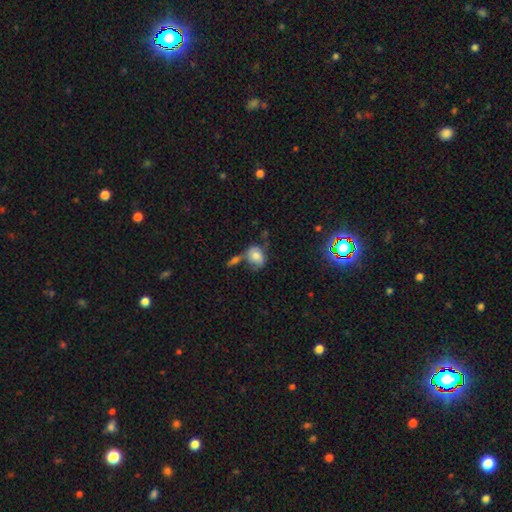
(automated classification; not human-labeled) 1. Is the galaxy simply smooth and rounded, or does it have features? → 73% smooth, 17% featured or disk, 10% star or artifact.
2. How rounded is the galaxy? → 63% in between, 36% round, 2% cigar-shaped.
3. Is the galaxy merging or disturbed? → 41% none, 26% merger, 22% minor disturbance, 11% major disturbance.